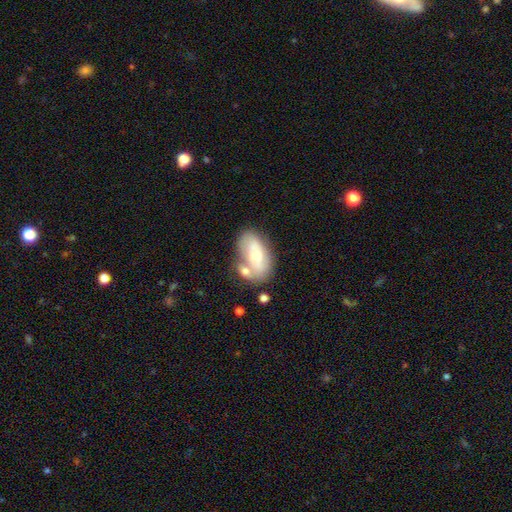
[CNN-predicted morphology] Smooth or featured: smooth — 57% (featured or disk — 36%)
How rounded: in between — 91% (round — 5%)
Merging: none — 40% (merger — 31%)